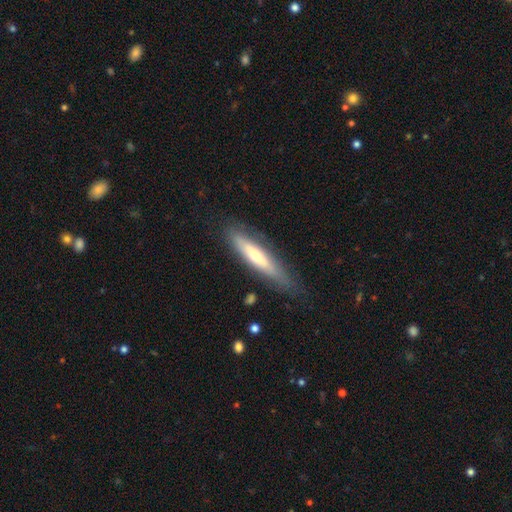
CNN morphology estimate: This appears to be a smooth galaxy with no disk features (50%) that is cigar-shaped (84%). Merging: none (78%).